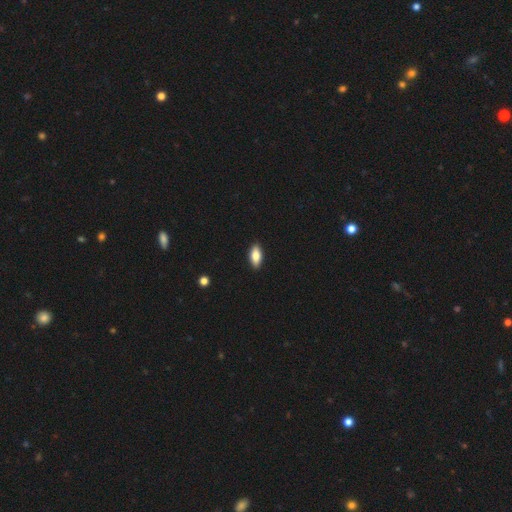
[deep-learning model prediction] Smooth or featured? smooth (81%)
How rounded? in between (84%)
Merging? none (90%)